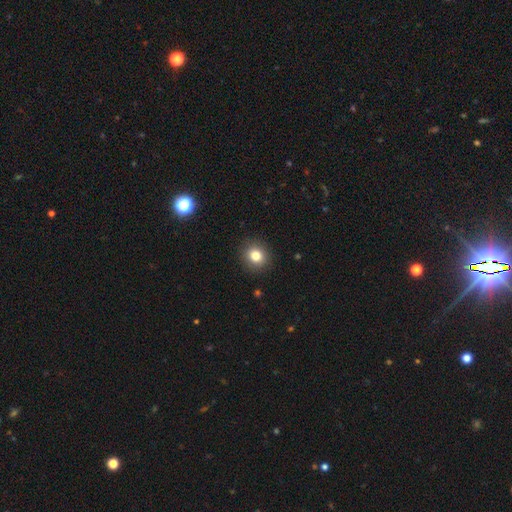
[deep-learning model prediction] This is clearly a smooth galaxy (81%). How rounded: clearly round (86%). Merging: clearly none (91%).